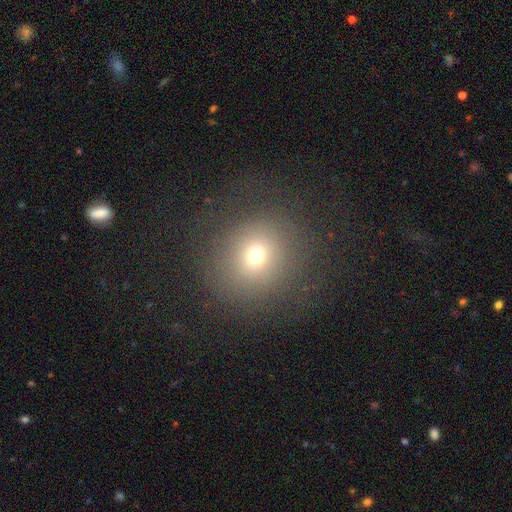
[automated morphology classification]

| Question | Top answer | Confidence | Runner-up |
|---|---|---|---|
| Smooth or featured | smooth | 69% | star or artifact (20%) |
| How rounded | round | 85% | in between (14%) |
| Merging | none | 81% | minor disturbance (10%) |